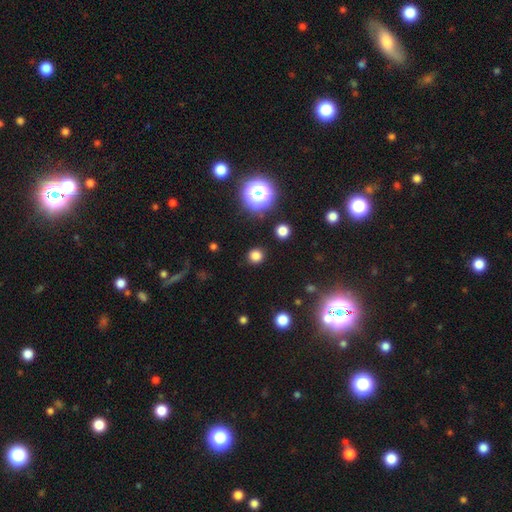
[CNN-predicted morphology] Smooth or featured? Predicted: smooth (p=0.77). How rounded? Predicted: round (p=0.90). Merging? Predicted: none (p=0.89).